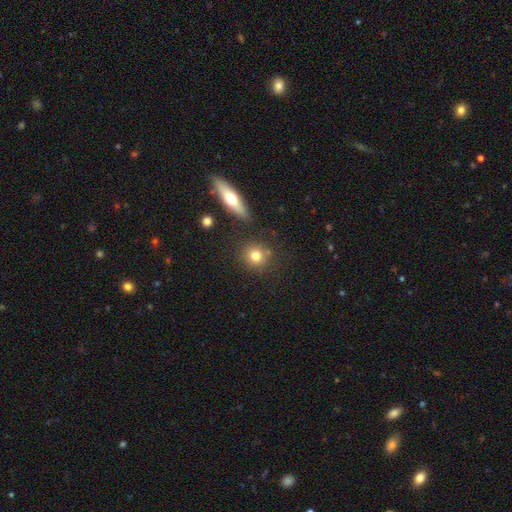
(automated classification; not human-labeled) The model was most divided on "smooth or featured": smooth: 78%, featured or disk: 11%, star or artifact: 11%. More confident: how rounded — round (88%); merging — none (81%).